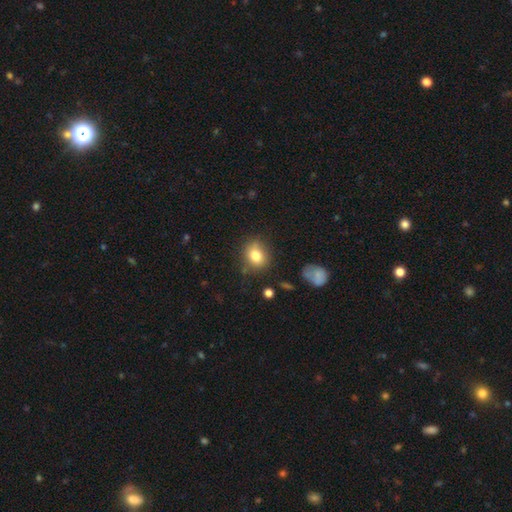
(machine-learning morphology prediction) type=smooth (81%); roundness=round (61%); merging=none (79%).